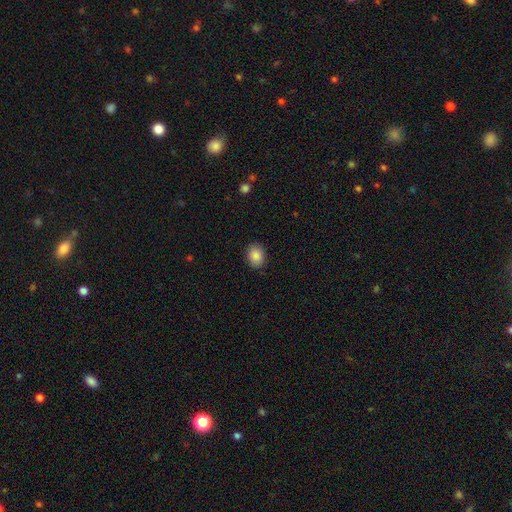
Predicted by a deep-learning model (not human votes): A smooth galaxy with no disk features (87%) that is in between round and cigar-shaped (53%). Merging: none (89%).